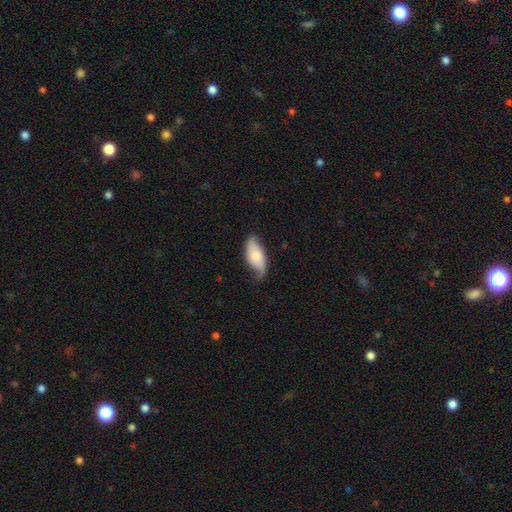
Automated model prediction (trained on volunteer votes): A smooth galaxy with no disk features (57%) that is in between round and cigar-shaped (88%). Merging: none (57%).